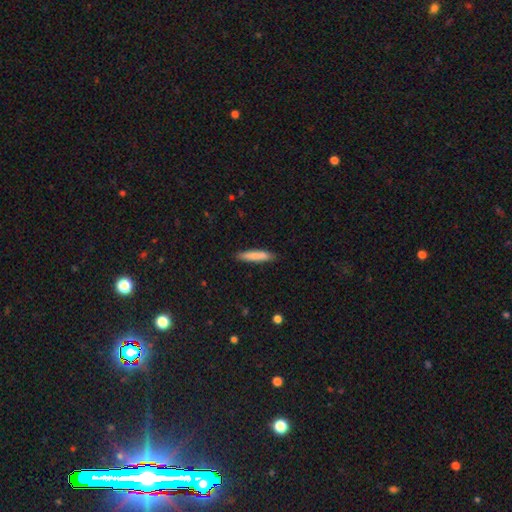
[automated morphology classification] A smooth galaxy with no disk features (81%) that is cigar-shaped (87%). Merging: none (89%).